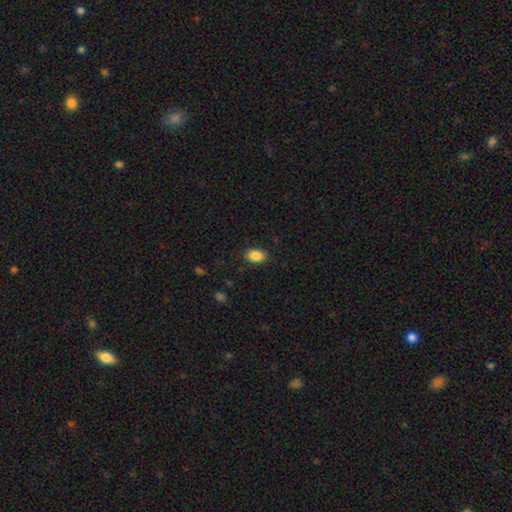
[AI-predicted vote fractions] Smooth or featured?
  - smooth: 88% *
  - star or artifact: 8%
  - featured or disk: 4%
How rounded?
  - in between: 89% *
  - round: 10%
  - cigar-shaped: 1%
Merging?
  - none: 88% *
  - minor disturbance: 9%
  - major disturbance: 2%
  - merger: 1%